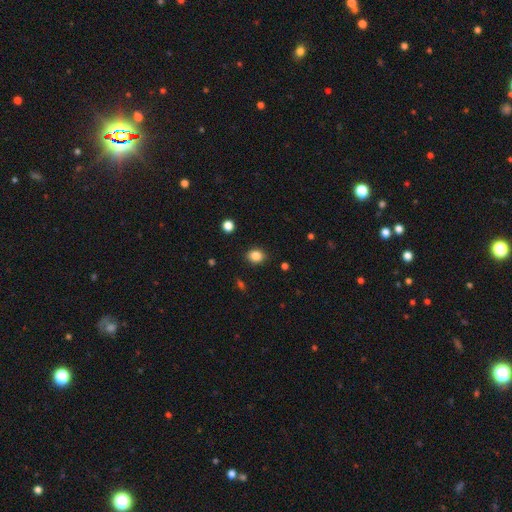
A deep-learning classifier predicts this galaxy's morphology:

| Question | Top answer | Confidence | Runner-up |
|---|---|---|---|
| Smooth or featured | smooth | 84% | star or artifact (11%) |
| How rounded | round | 63% | in between (36%) |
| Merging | none | 88% | minor disturbance (8%) |